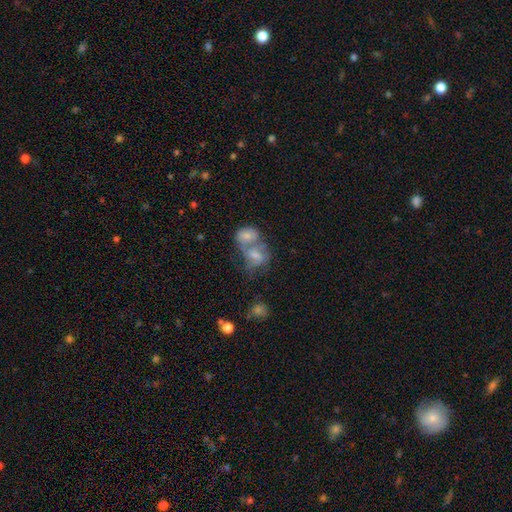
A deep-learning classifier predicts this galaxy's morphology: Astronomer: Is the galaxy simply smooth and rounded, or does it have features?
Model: smooth — 53% (runner-up: featured or disk, 37%).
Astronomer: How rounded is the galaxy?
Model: in between — 61% (runner-up: round, 37%).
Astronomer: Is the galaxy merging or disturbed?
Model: merger — 70%.